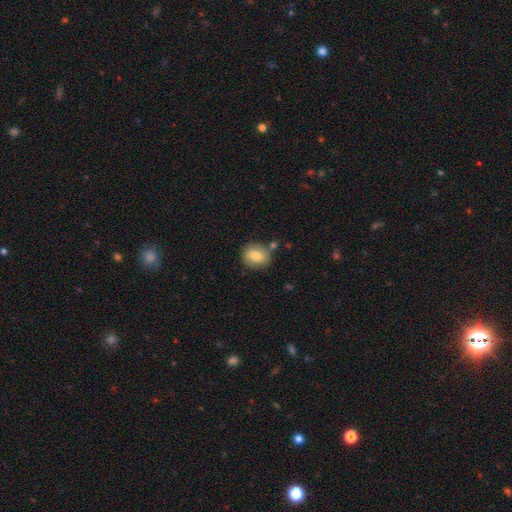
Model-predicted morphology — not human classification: Smooth or featured: smooth — 77% (featured or disk — 14%)
How rounded: round — 74% (in between — 25%)
Merging: none — 78% (minor disturbance — 12%)